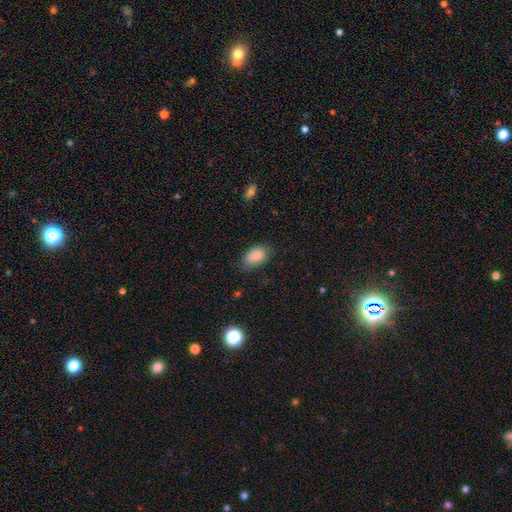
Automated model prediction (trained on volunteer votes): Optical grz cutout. It shows a smooth galaxy with no disk features (85%) that is in between round and cigar-shaped (90%). Merging: none (73%).